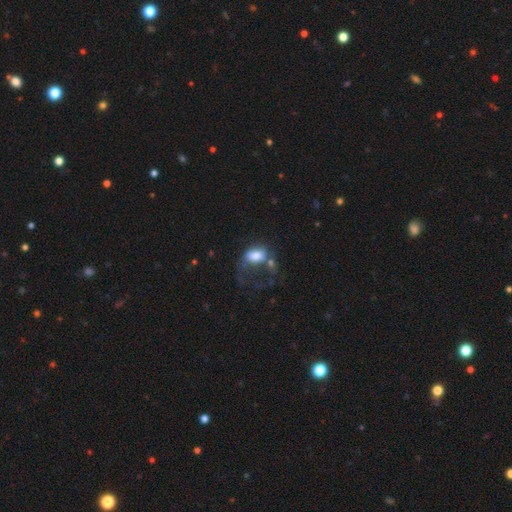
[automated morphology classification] Overall: smooth (67%). How rounded: in between (81%). Merging: major disturbance (45%; none 20%).